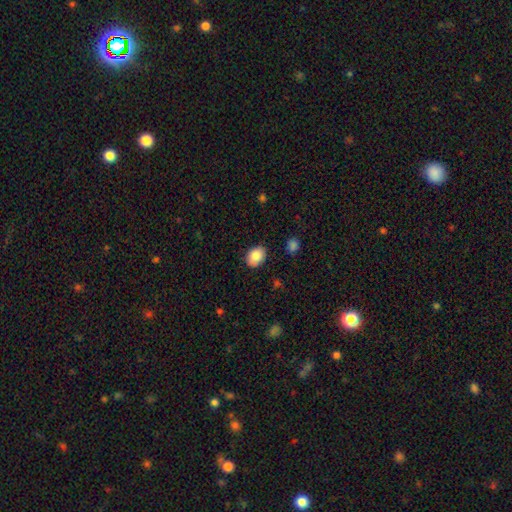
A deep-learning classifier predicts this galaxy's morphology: This appears to be a smooth galaxy with no disk features (86%) that is in between round and cigar-shaped (69%). Merging: none (85%).